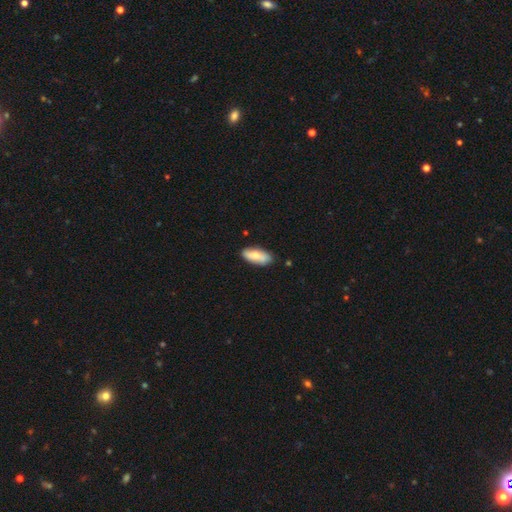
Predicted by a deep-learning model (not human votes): This is likely a smooth galaxy (71%). How rounded: clearly in between (82%). Merging: likely none (78%).